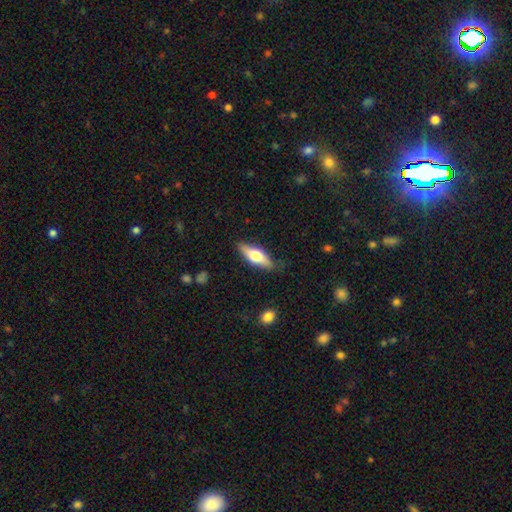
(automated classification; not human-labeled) Smooth or featured? Predicted: smooth (p=0.55). How rounded? Predicted: in between (p=0.59). Merging? Predicted: none (p=0.83).